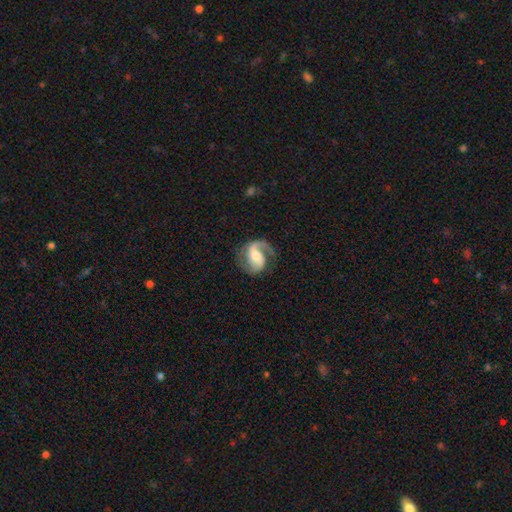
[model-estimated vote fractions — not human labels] The model was most divided on "bar": weak: 42%, no: 40%, strong: 17%. More confident: edge-on disk — no (98%); spiral arms — yes (97%); smooth or featured — featured or disk (88%); spiral arm count — 2 (77%); merging — none (71%); spiral winding — medium (53%); bulge size — moderate (53%).